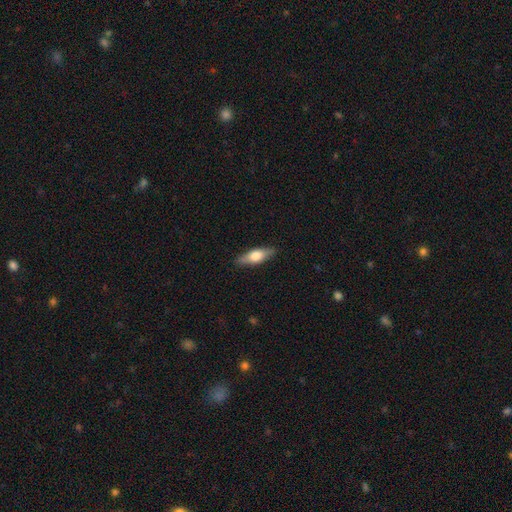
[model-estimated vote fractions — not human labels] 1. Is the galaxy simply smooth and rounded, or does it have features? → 57% smooth, 37% featured or disk, 6% star or artifact.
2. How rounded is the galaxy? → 57% in between, 40% cigar-shaped, 3% round.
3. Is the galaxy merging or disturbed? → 87% none, 10% minor disturbance, 2% major disturbance, 1% merger.